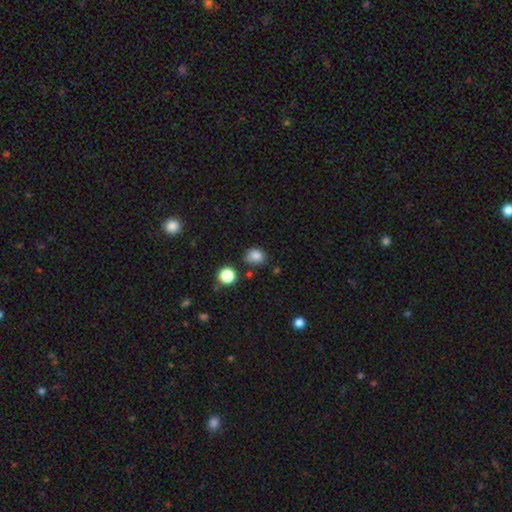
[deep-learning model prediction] Smooth or featured?
  - smooth: 84% *
  - star or artifact: 11%
  - featured or disk: 5%
How rounded?
  - in between: 56% *
  - round: 43%
  - cigar-shaped: 1%
Merging?
  - none: 72% *
  - minor disturbance: 19%
  - merger: 5%
  - major disturbance: 4%